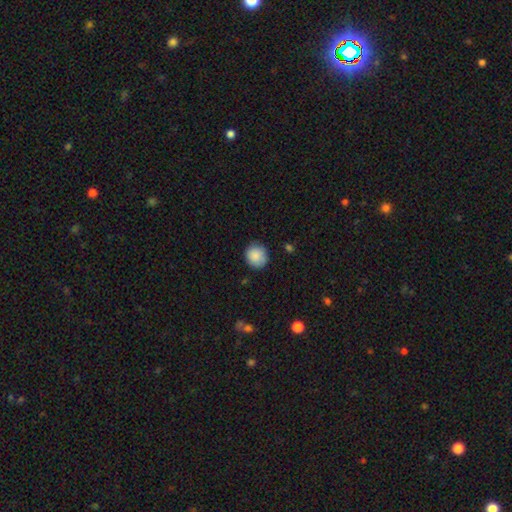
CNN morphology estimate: smooth_or_featured: smooth (p=0.88) [alt: star or artifact p=0.07]
how_rounded: round (p=0.87) [alt: in between p=0.12]
merging: none (p=0.85) [alt: minor disturbance p=0.11]